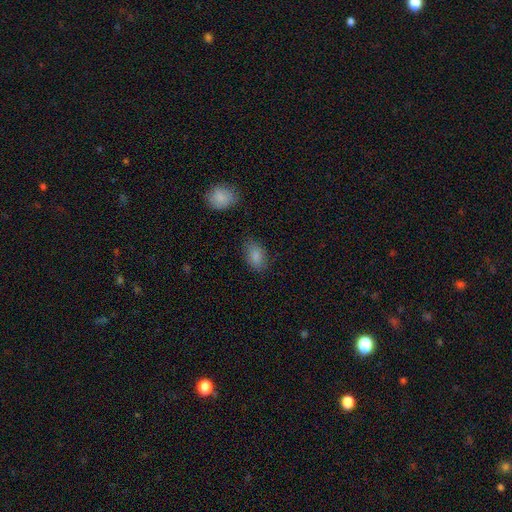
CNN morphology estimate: smooth_or_featured: smooth (p=0.85) [alt: star or artifact p=0.08]
how_rounded: in between (p=0.89) [alt: round p=0.09]
merging: none (p=0.75) [alt: minor disturbance p=0.18]